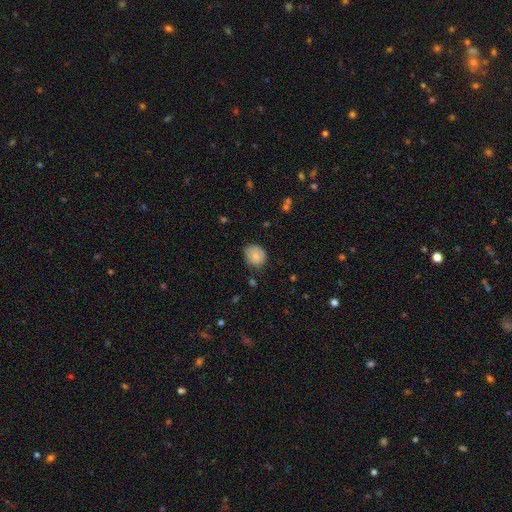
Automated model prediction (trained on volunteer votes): A smooth galaxy with no disk features (77%) that is round (62%). Merging: none (62%).